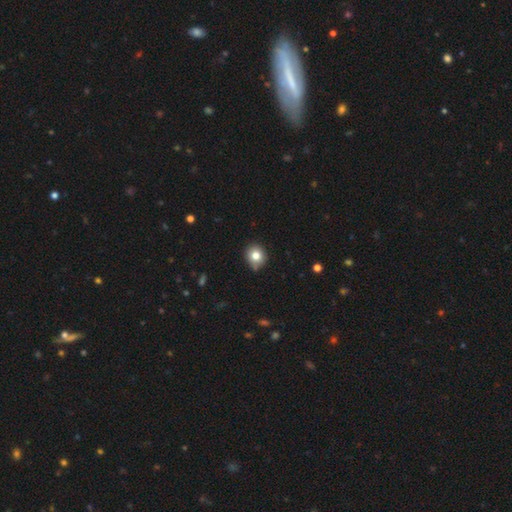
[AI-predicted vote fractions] This appears to be a smooth galaxy with no disk features (80%) that is round (82%). Merging: none (78%).